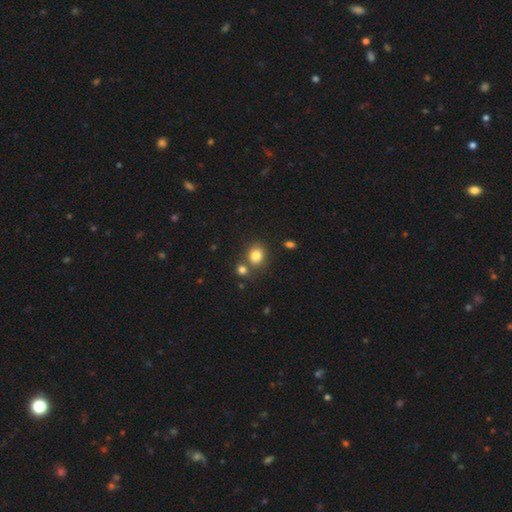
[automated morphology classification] Smooth or featured? Predicted: smooth (p=0.82). How rounded? Predicted: round (p=0.64). Merging? Predicted: none (p=0.65).